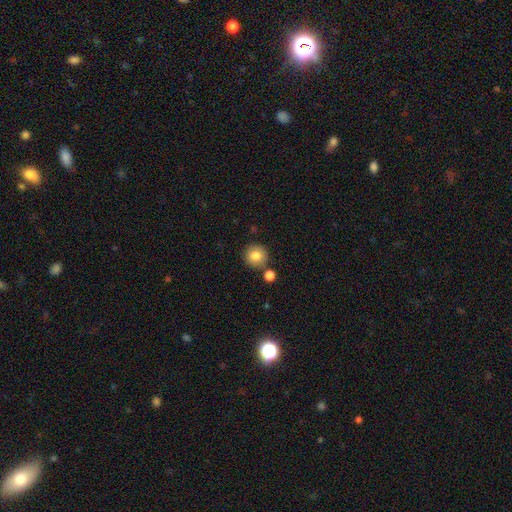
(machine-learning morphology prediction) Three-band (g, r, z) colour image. It shows a smooth galaxy with no disk features (84%) that is round (93%). Merging: none (80%).